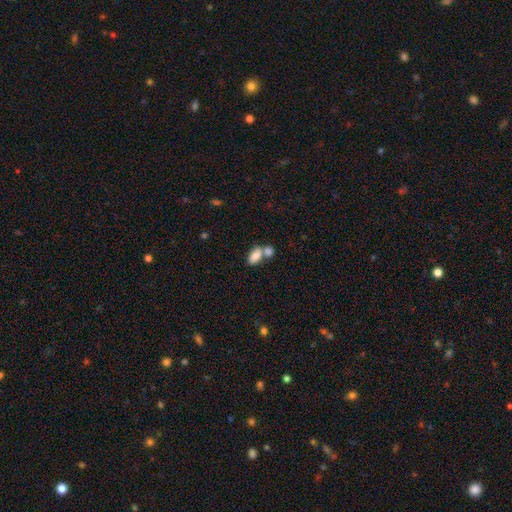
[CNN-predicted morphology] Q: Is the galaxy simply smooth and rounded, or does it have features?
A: smooth — 80%.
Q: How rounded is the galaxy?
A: in between — 91%.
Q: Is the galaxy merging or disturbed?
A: merger — 53%.